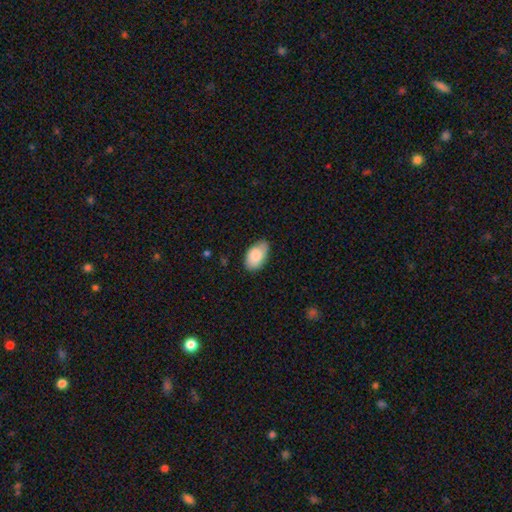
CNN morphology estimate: smooth 84%, featured or disk 10%, star or artifact 6%. Down the decision tree: how rounded — in between (93%); merging — none (68%).